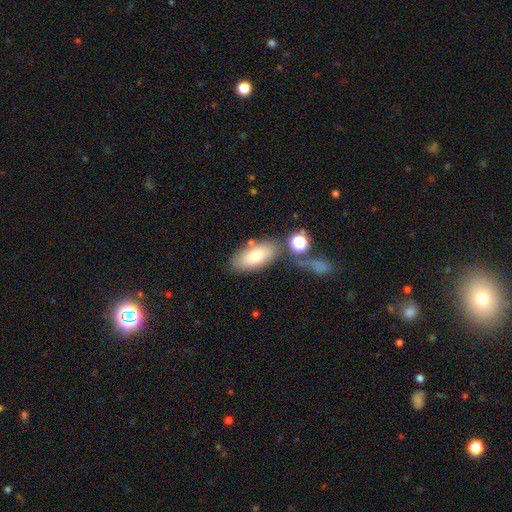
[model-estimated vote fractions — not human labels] Morphology: type=smooth (73%); roundness=in between (88%); merging=none (70%).